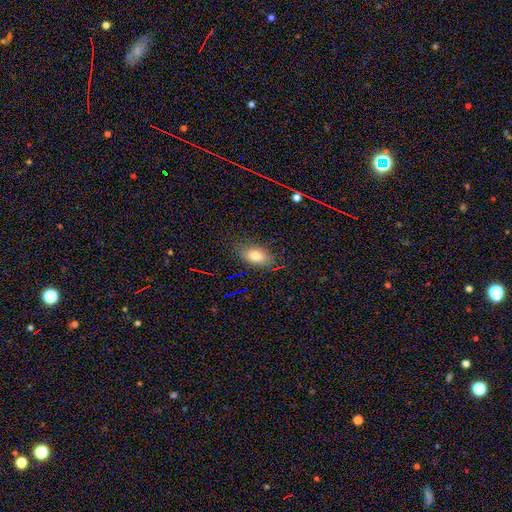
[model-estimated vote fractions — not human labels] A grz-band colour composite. It shows a smooth galaxy with no disk features (75%) that is in between round and cigar-shaped (84%). Merging: none (81%).